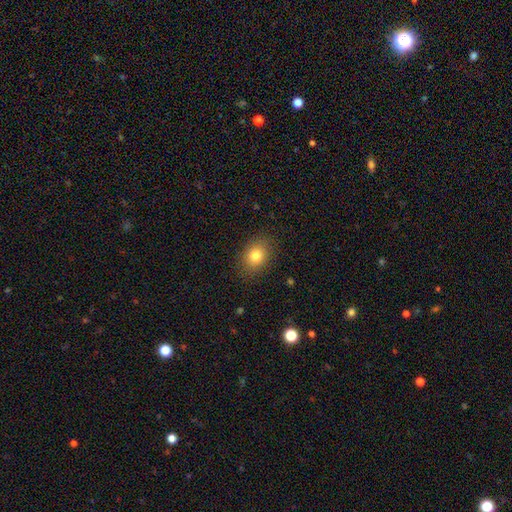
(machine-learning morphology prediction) smooth-or-featured: smooth: 80% | star or artifact: 11% | featured or disk: 9%
  how-rounded: in between: 57% | round: 42% | cigar-shaped: 1%
  merging: none: 86% | minor disturbance: 10% | major disturbance: 3% | merger: 1%